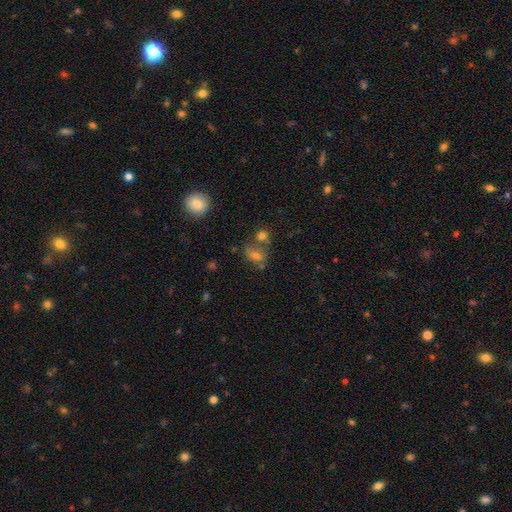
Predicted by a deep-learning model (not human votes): A smooth galaxy with no disk features (63%) that is in between round and cigar-shaped (65%). Merging: none (39%).